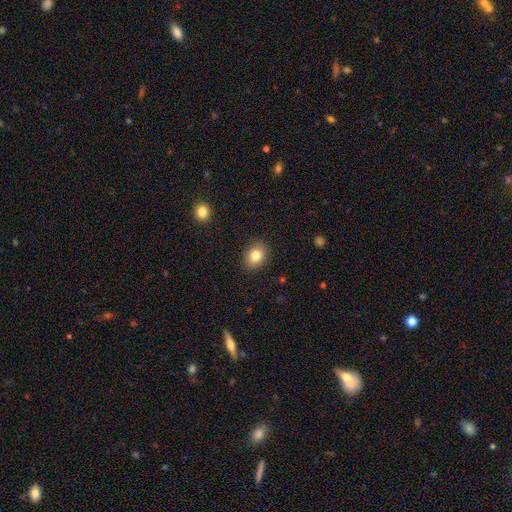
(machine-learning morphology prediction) This is clearly a smooth galaxy (82%). How rounded: possibly in between (51%). Merging: clearly none (89%).